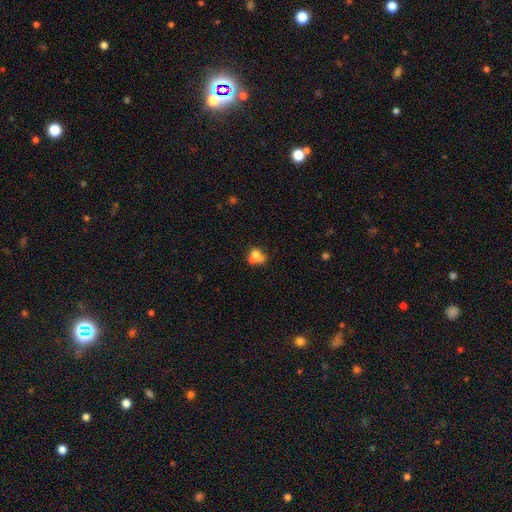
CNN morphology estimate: This appears to be a smooth galaxy with no disk features (66%) that is round (53%). Merging: merger (56%).